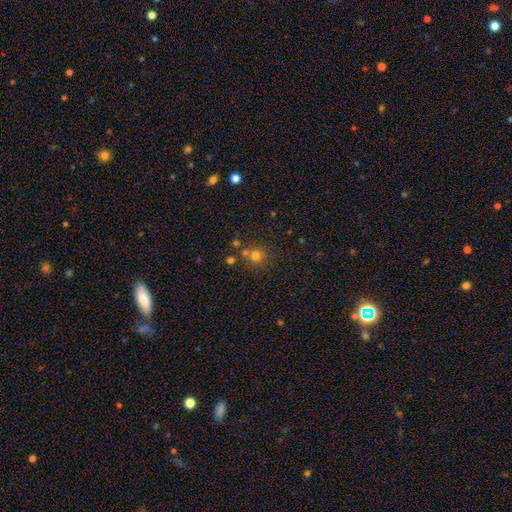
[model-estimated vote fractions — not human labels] A smooth galaxy with no disk features (72%) that is round (88%). Merging: none (64%).